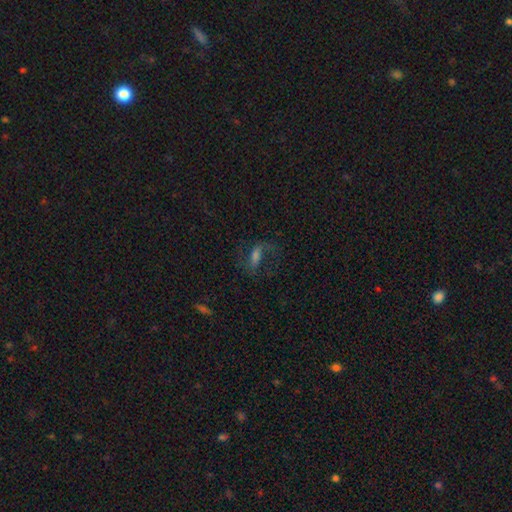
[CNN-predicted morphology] A featured or disk galaxy (59%) with a weak bar (40%), spiral arms (86%) and a moderate central bulge (35%).

Vote fractions:
- Smooth or featured? featured or disk: 59% / smooth: 26% / star or artifact: 15%
- Edge-on disk? no: 91% / yes: 9%
- Bar? weak: 40% / strong: 39% / no: 21%
- Spiral arms? yes: 86% / no: 14%
- Bulge size? moderate: 35% / small: 30% / none: 18% / large: 14% / dominant: 3%
- Merging? none: 63% / major disturbance: 20% / minor disturbance: 15% / merger: 2%